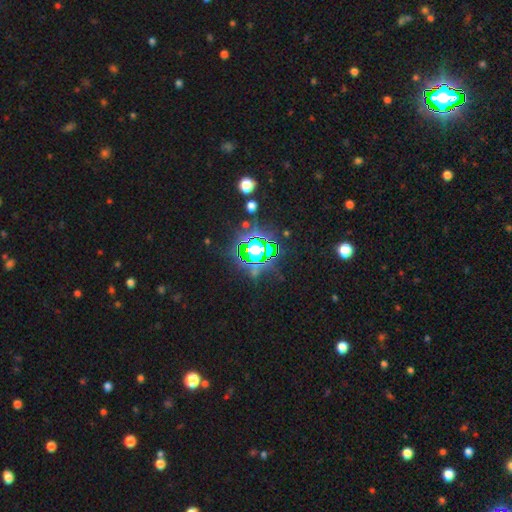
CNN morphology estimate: Smooth or featured: star or artifact — 77% (smooth — 13%)